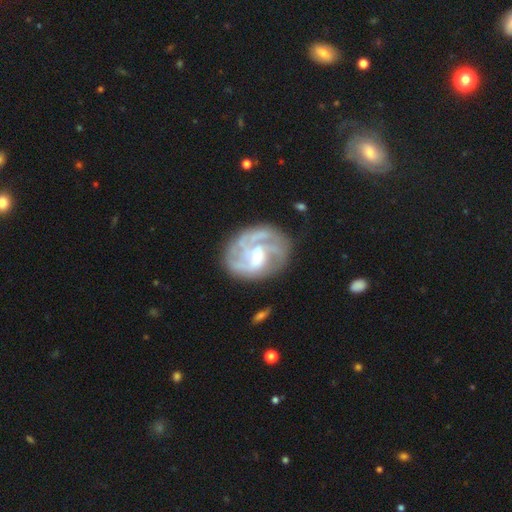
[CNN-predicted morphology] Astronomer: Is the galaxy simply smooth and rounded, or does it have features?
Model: featured or disk — 80%.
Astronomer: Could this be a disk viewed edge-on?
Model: no — 98%.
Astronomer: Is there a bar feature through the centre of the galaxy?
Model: no — 45% (runner-up: weak, 44%).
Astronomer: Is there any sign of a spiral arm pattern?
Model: yes — 91%.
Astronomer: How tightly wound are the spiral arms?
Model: tight — 43% (runner-up: medium, 41%).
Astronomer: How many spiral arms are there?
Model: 3 — 31% (runner-up: can't tell, 26%).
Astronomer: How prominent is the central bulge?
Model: moderate — 39% (runner-up: small, 36%).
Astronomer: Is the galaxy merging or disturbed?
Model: none — 63%.